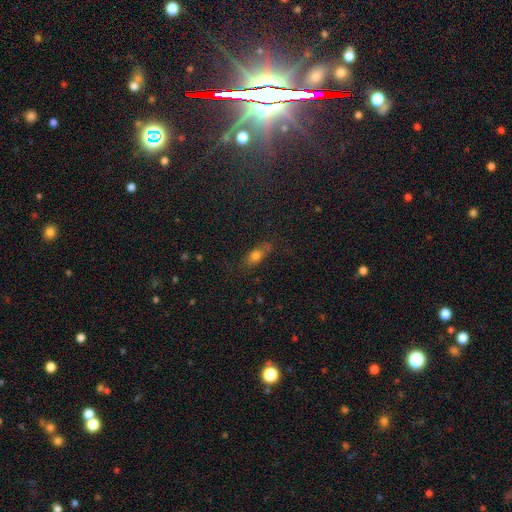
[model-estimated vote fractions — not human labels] Q: Smooth or featured?
A: smooth (72%); runner-up: featured or disk (16%)
Q: How rounded?
A: in between (73%); runner-up: cigar-shaped (16%)
Q: Merging?
A: none (67%); runner-up: minor disturbance (21%)